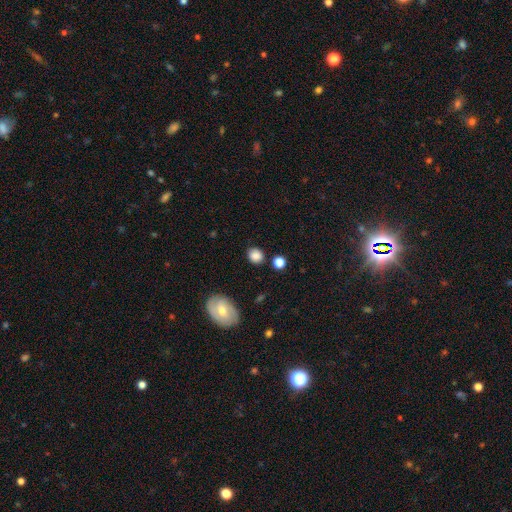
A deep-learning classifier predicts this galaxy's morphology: A smooth galaxy with no disk features (85%) that is round (70%).

Vote fractions:
- Smooth or featured? smooth: 85% / star or artifact: 10% / featured or disk: 6%
- How rounded? round: 70% / in between: 29% / cigar-shaped: 1%
- Merging? none: 83% / minor disturbance: 11% / merger: 4% / major disturbance: 3%